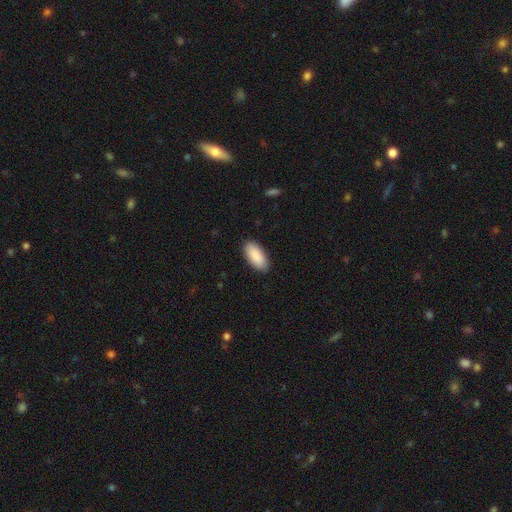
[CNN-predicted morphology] Overall: smooth (91%). How rounded: in between (93%). Merging: none (89%).